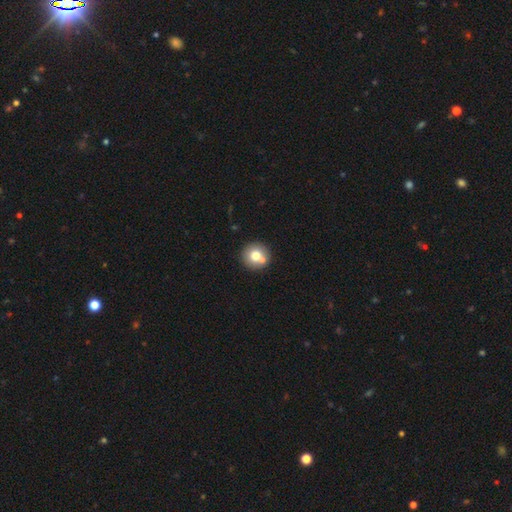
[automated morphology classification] This appears to be a smooth galaxy with no disk features (73%) that is round (93%). Merging: none (72%).